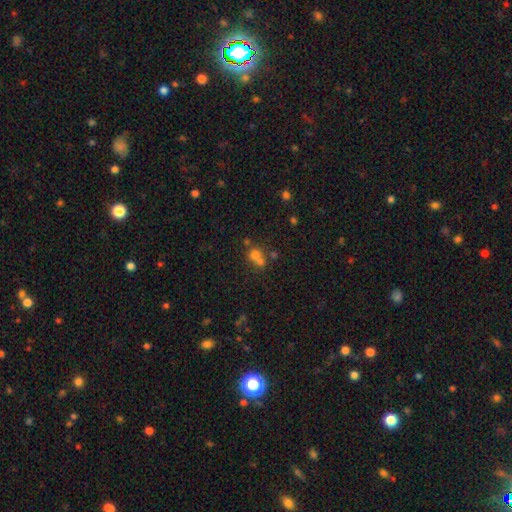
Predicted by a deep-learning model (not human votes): This is likely a smooth galaxy (66%). How rounded: clearly round (82%). Merging: possibly merger (50%).